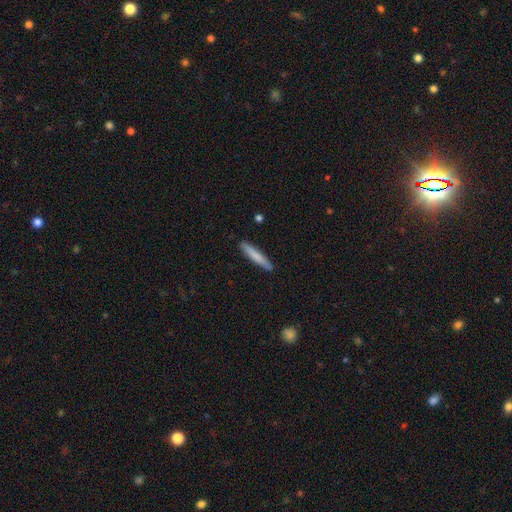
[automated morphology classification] A smooth galaxy with no disk features (75%) that is cigar-shaped (94%).

Vote fractions:
- Smooth or featured? smooth: 75% / featured or disk: 20% / star or artifact: 5%
- How rounded? cigar-shaped: 94% / in between: 4% / round: 1%
- Merging? none: 89% / minor disturbance: 9% / major disturbance: 2% / merger: 1%